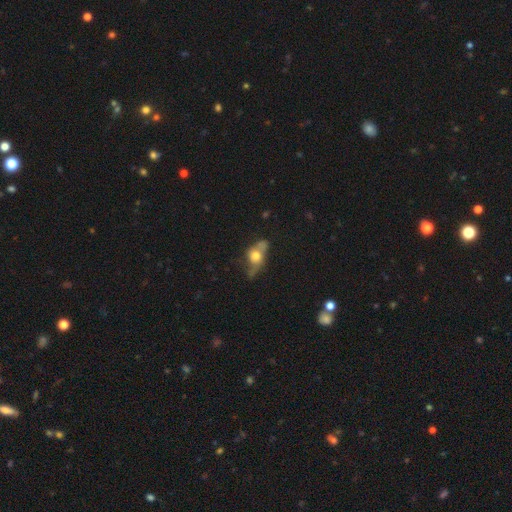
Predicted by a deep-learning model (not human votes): Q: Smooth or featured?
A: smooth (59%); runner-up: featured or disk (30%)
Q: How rounded?
A: in between (55%); runner-up: round (38%)
Q: Merging?
A: none (30%); runner-up: minor disturbance (26%)